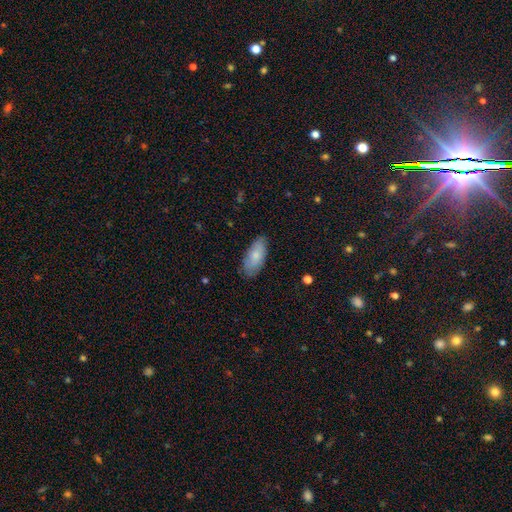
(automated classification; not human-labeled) Q: Smooth or featured?
A: smooth (76%); runner-up: featured or disk (18%)
Q: How rounded?
A: in between (89%); runner-up: cigar-shaped (9%)
Q: Merging?
A: none (80%); runner-up: minor disturbance (16%)